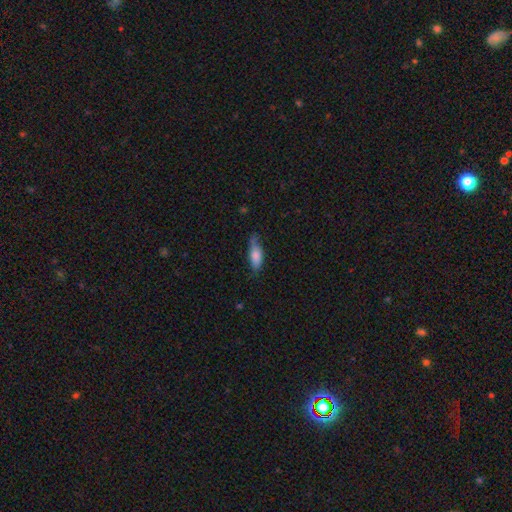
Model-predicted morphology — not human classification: This is likely a smooth galaxy (79%). How rounded: likely in between (70%). Merging: possibly none (58%).